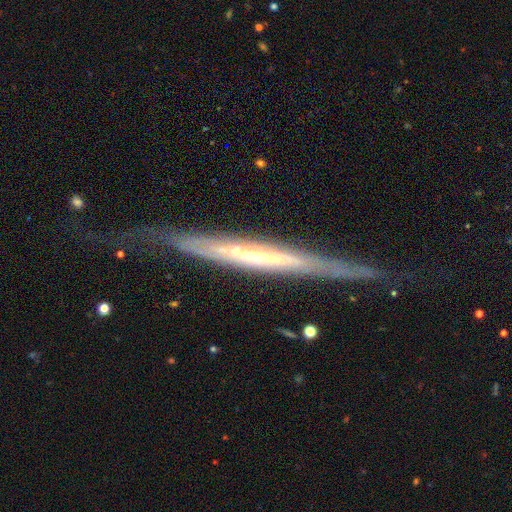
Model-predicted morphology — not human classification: Q: Smooth or featured?
A: featured or disk (79%); runner-up: smooth (15%)
Q: Edge-on disk?
A: yes (90%); runner-up: no (10%)
Q: Edge-on bulge?
A: none (58%); runner-up: rounded (32%)
Q: Merging?
A: none (75%); runner-up: minor disturbance (18%)